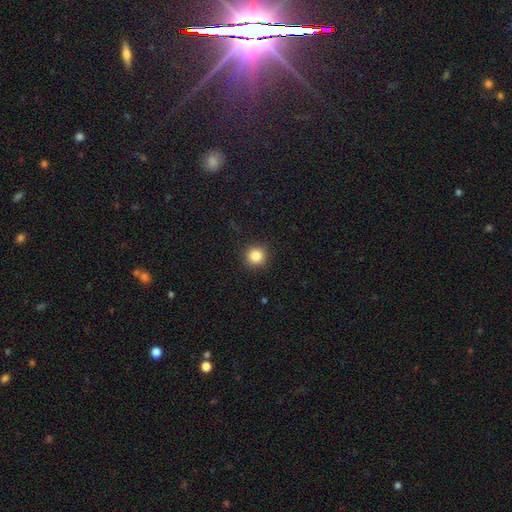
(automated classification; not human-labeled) Smooth or featured?
  - smooth: 84% *
  - star or artifact: 11%
  - featured or disk: 5%
How rounded?
  - round: 94% *
  - in between: 5%
  - cigar-shaped: 1%
Merging?
  - none: 92% *
  - minor disturbance: 5%
  - major disturbance: 2%
  - merger: 1%